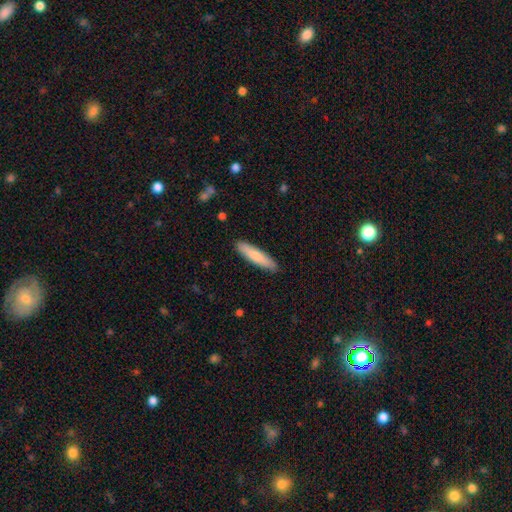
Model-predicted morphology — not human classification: This is likely a smooth galaxy (78%). How rounded: clearly cigar-shaped (83%). Merging: clearly none (90%).